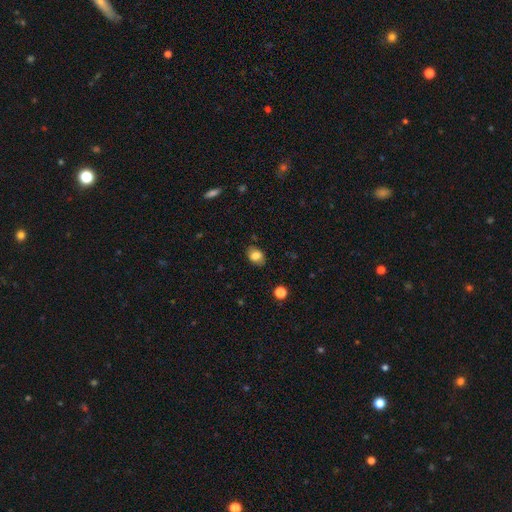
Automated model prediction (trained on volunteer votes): Overall: smooth (81%). How rounded: in between (68%; round 31%). Merging: none (81%).